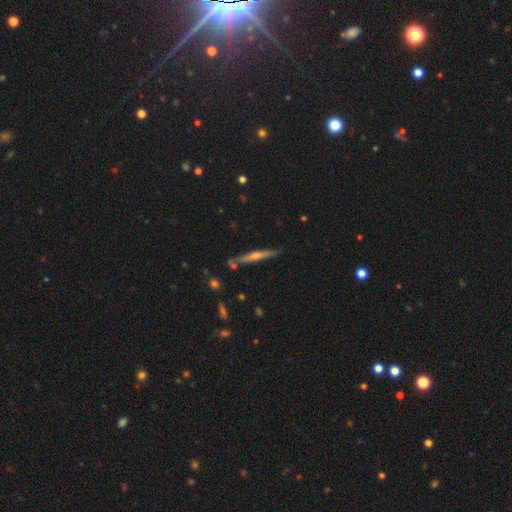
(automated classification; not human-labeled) A featured or disk galaxy (69%) viewed edge-on (96%) with a rounded central bulge (76%).

Vote fractions:
- Smooth or featured? featured or disk: 69% / smooth: 23% / star or artifact: 8%
- Edge-on disk? yes: 96% / no: 4%
- Edge-on bulge? rounded: 76% / none: 18% / boxy: 5%
- Merging? none: 84% / minor disturbance: 10% / merger: 3% / major disturbance: 2%